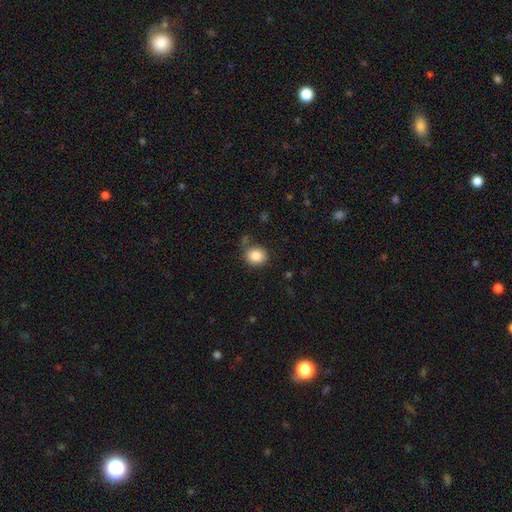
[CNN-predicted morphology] A smooth galaxy with no disk features (86%) that is round (75%). Merging: none (80%).